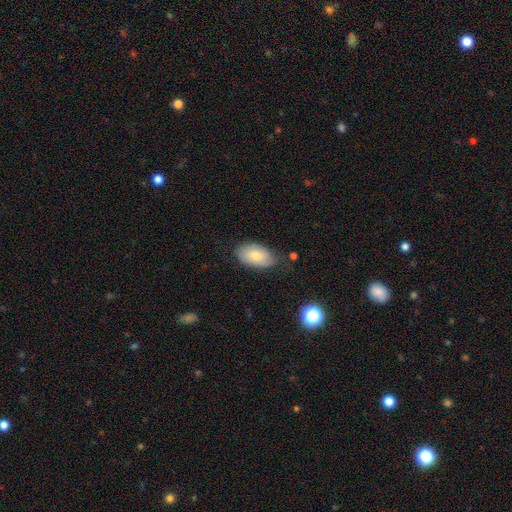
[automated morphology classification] A smooth galaxy with no disk features (73%) that is in between round and cigar-shaped (93%).

Vote fractions:
- Smooth or featured? smooth: 73% / featured or disk: 20% / star or artifact: 7%
- How rounded? in between: 93% / round: 5% / cigar-shaped: 2%
- Merging? none: 67% / minor disturbance: 25% / major disturbance: 6% / merger: 2%